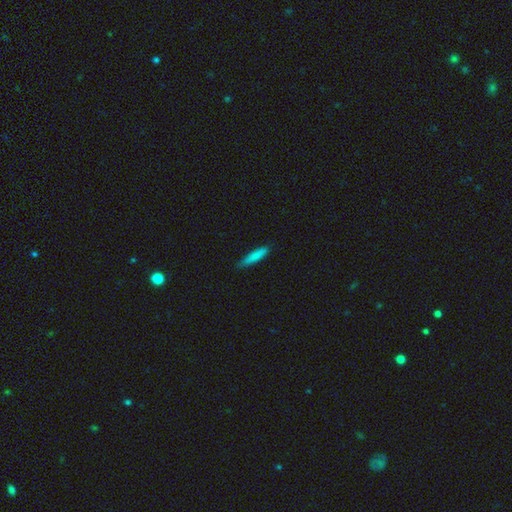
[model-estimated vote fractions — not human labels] This is clearly a smooth galaxy (82%). How rounded: clearly cigar-shaped (85%). Merging: likely none (79%).